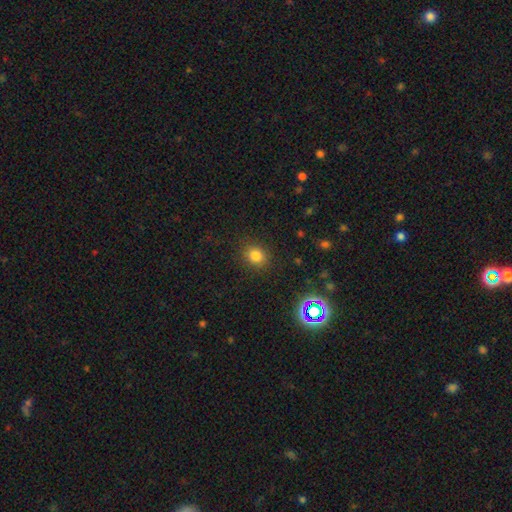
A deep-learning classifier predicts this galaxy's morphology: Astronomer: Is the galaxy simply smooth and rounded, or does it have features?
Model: smooth — 80%.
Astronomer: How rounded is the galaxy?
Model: round — 72%.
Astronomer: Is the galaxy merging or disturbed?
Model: none — 87%.